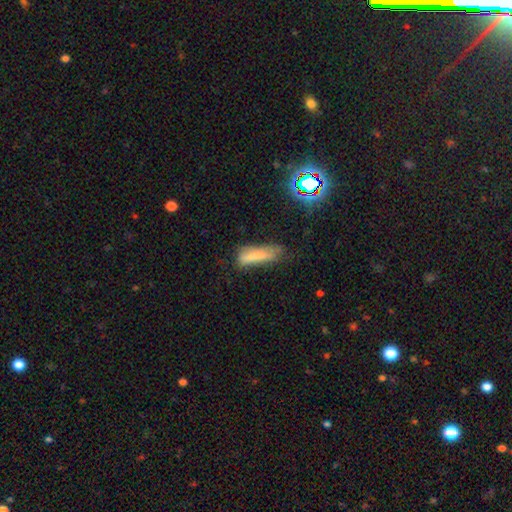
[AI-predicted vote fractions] A smooth galaxy with no disk features (66%) that is cigar-shaped (65%). Merging: none (39%).